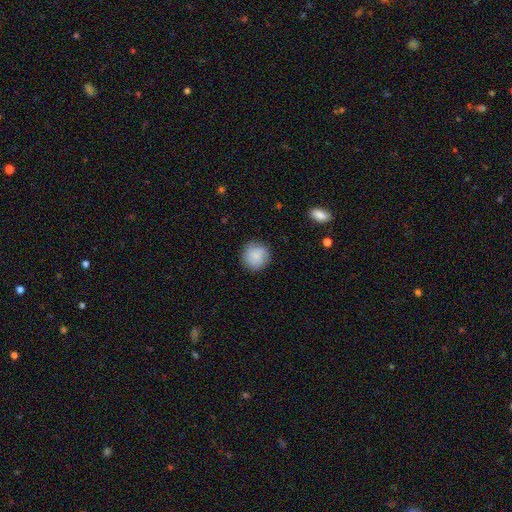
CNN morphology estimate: smooth_or_featured: smooth (p=0.72) [alt: featured or disk p=0.20]
how_rounded: round (p=0.91) [alt: in between p=0.08]
merging: none (p=0.85) [alt: minor disturbance p=0.11]